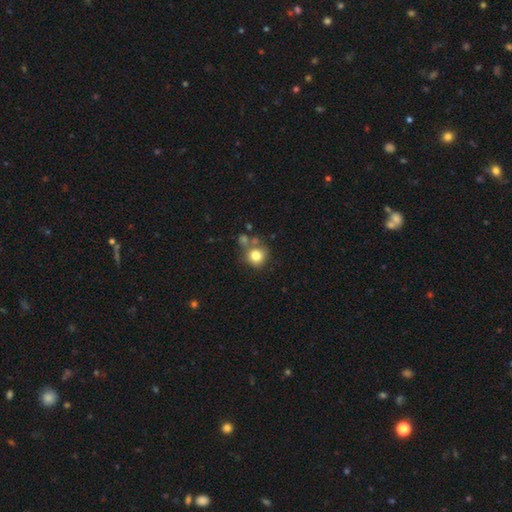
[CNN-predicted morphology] Overall: smooth (79%). How rounded: round (86%). Merging: none (61%).